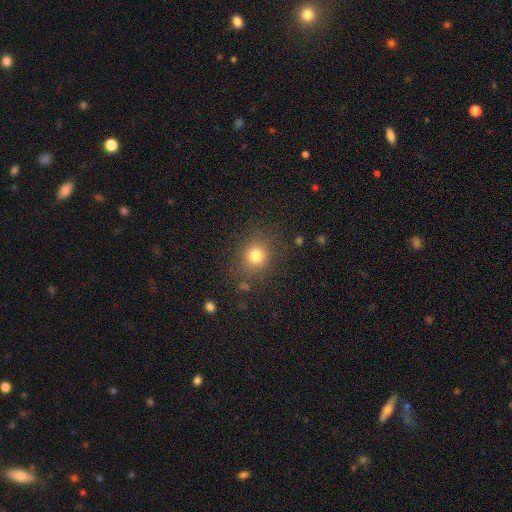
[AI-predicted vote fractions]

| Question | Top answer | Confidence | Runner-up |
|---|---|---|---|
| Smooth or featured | smooth | 78% | star or artifact (14%) |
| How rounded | round | 83% | in between (16%) |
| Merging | none | 83% | minor disturbance (10%) |